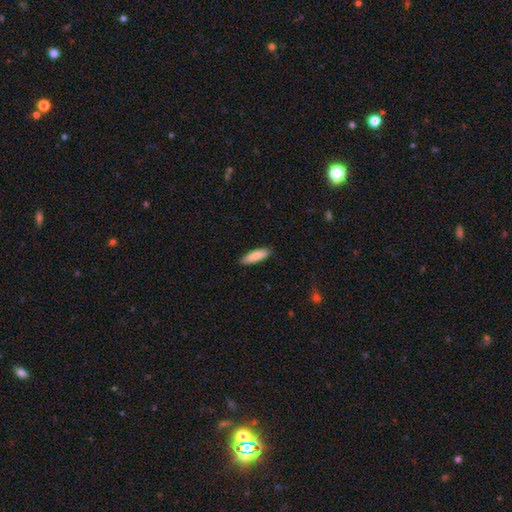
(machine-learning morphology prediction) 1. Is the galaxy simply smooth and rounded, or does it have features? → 87% smooth, 8% featured or disk, 5% star or artifact.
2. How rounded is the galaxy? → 49% in between (tied), 49% cigar-shaped (tied), 1% round.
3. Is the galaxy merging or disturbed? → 87% none, 10% minor disturbance, 2% major disturbance, 1% merger.